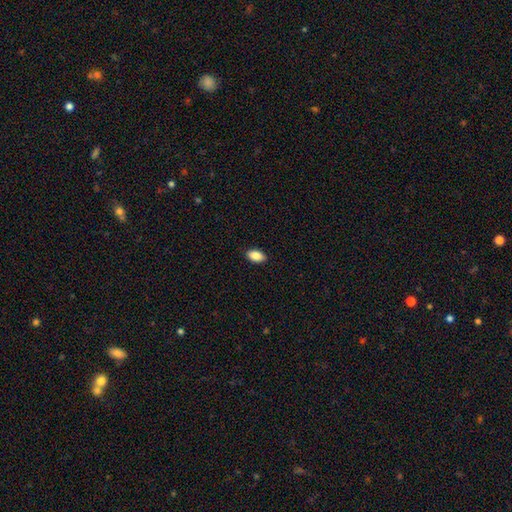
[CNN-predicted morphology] smooth-or-featured: smooth: 88% | star or artifact: 7% | featured or disk: 5%
  how-rounded: in between: 92% | round: 5% | cigar-shaped: 3%
  merging: none: 90% | minor disturbance: 8% | major disturbance: 2% | merger: 1%